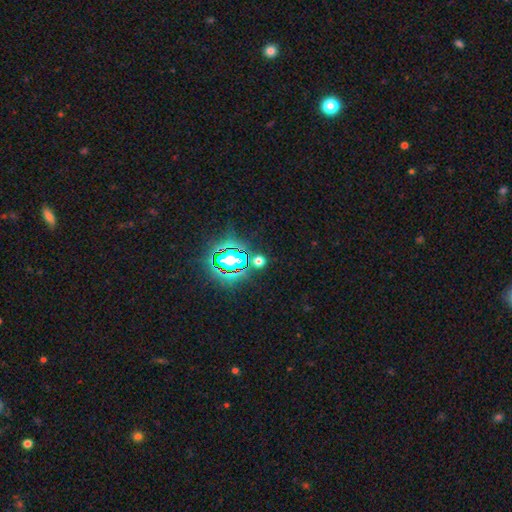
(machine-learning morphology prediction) smooth_or_featured: star or artifact (p=0.79) [alt: smooth p=0.13]